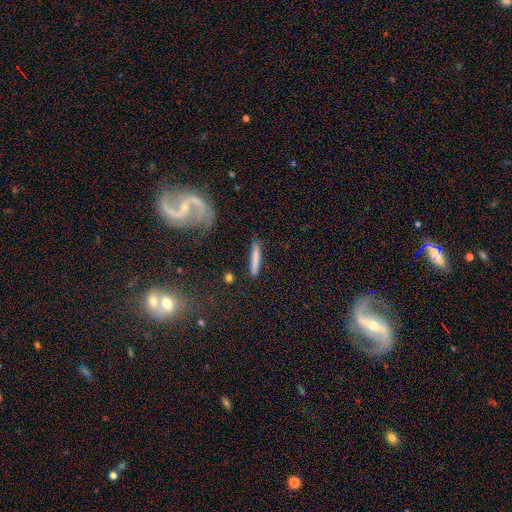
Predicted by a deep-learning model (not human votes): Smooth or featured?
  - smooth: 50% *
  - featured or disk: 41%
  - star or artifact: 9%
How rounded?
  - cigar-shaped: 88% *
  - in between: 9%
  - round: 3%
Merging?
  - none: 78% *
  - minor disturbance: 13%
  - major disturbance: 5%
  - merger: 4%